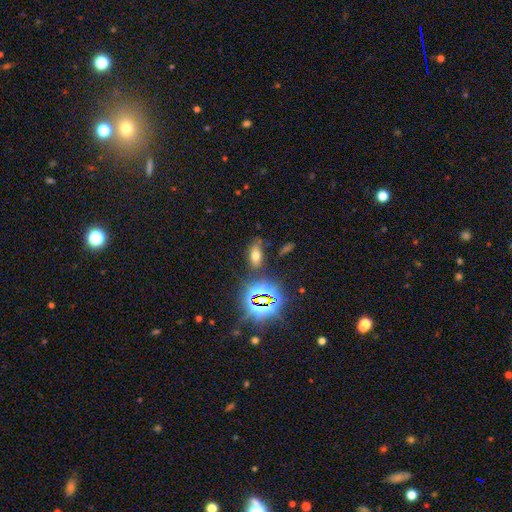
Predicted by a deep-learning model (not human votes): Smooth or featured? Predicted: smooth (p=0.56). How rounded? Predicted: in between (p=0.84). Merging? Predicted: none (p=0.76).